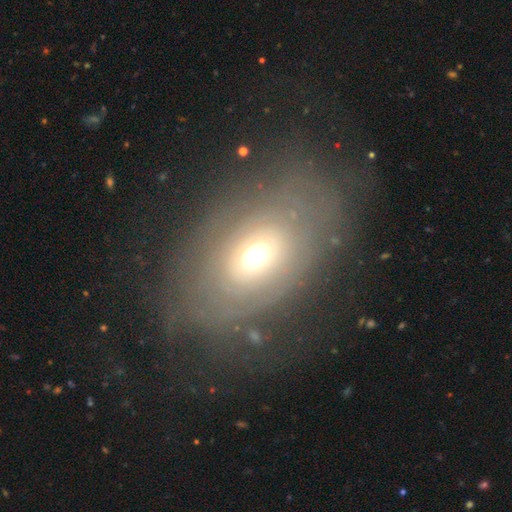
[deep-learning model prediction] smooth_or_featured: featured or disk (p=0.62) [alt: smooth p=0.29]
disk_edge_on: no (p=0.93) [alt: yes p=0.07]
bar: no (p=0.81) [alt: weak p=0.14]
has_spiral_arms: yes (p=0.50) [tied with: no p=0.50]
bulge_size: moderate (p=0.64) [alt: small p=0.22]
merging: none (p=0.65) [alt: minor disturbance p=0.18]